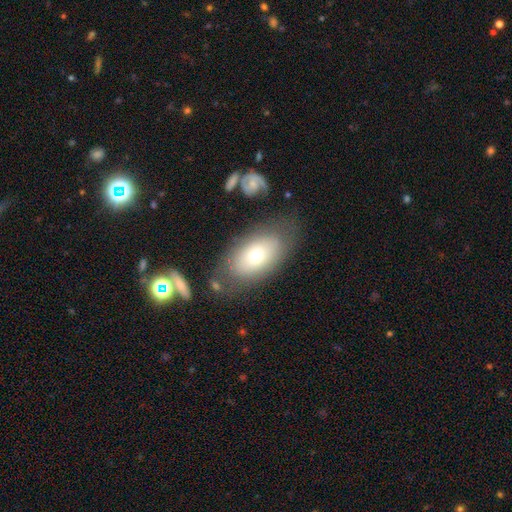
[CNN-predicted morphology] smooth-or-featured: smooth: 65% | featured or disk: 26% | star or artifact: 9%
  how-rounded: in between: 89% | round: 9% | cigar-shaped: 2%
  merging: none: 69% | minor disturbance: 17% | major disturbance: 9% | merger: 5%